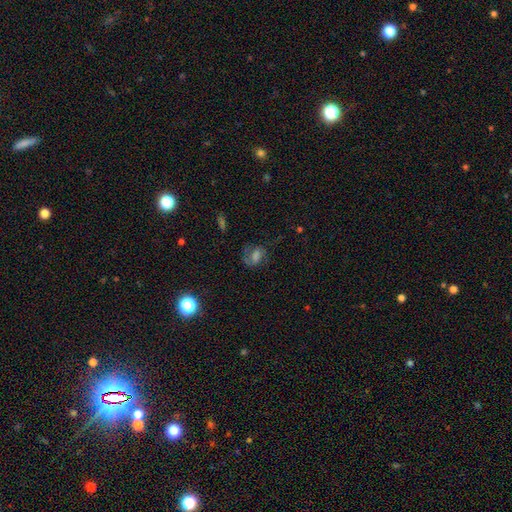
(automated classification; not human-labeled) Smooth or featured?
  - smooth: 42% *
  - featured or disk: 37%
  - star or artifact: 21%
Merging?
  - none: 54% *
  - major disturbance: 22%
  - minor disturbance: 22%
  - merger: 3%